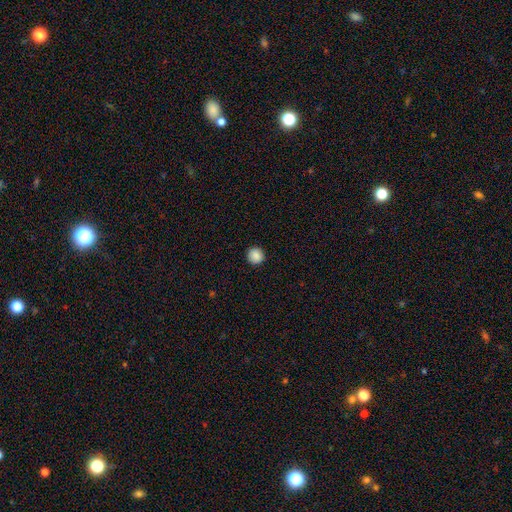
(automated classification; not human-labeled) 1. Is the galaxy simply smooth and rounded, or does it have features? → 88% smooth, 9% star or artifact, 2% featured or disk.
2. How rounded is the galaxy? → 95% round, 4% in between, 1% cigar-shaped.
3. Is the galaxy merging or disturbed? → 93% none, 5% minor disturbance, 2% major disturbance, 1% merger.